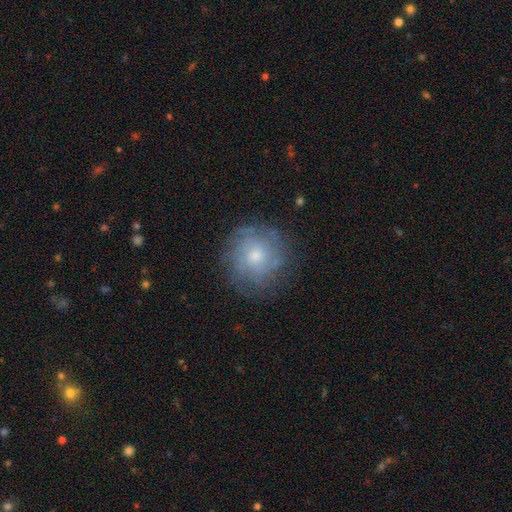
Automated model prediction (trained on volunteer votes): A featured or disk galaxy (55%) with no bar (82%), spiral arms (74%) and a small central bulge (47%).

Vote fractions:
- Smooth or featured? featured or disk: 55% / smooth: 34% / star or artifact: 10%
- Edge-on disk? no: 97% / yes: 3%
- Bar? no: 82% / weak: 16% / strong: 2%
- Spiral arms? yes: 74% / no: 26%
- Bulge size? small: 47% / moderate: 46% / large: 4% / none: 3% / dominant: 1%
- Merging? none: 77% / minor disturbance: 15% / major disturbance: 7% / merger: 1%